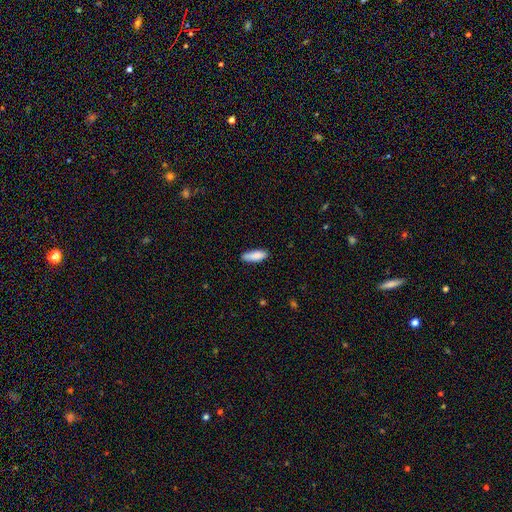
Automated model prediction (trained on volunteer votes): A smooth galaxy with no disk features (87%) that is in between round and cigar-shaped (63%). Merging: none (80%).